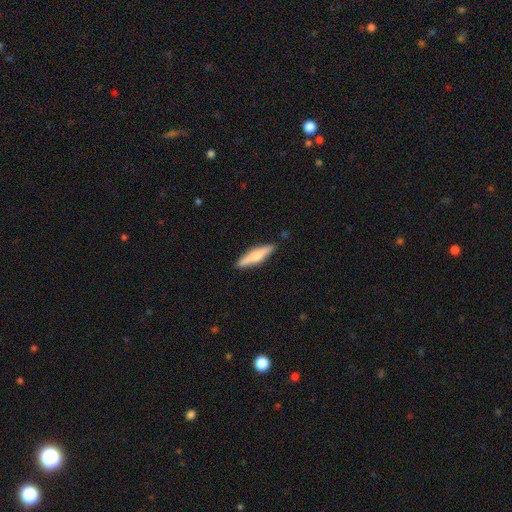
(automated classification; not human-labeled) smooth-or-featured: smooth: 52% | featured or disk: 42% | star or artifact: 5%
  how-rounded: cigar-shaped: 82% | in between: 17% | round: 2%
  merging: none: 88% | minor disturbance: 9% | major disturbance: 2% | merger: 1%